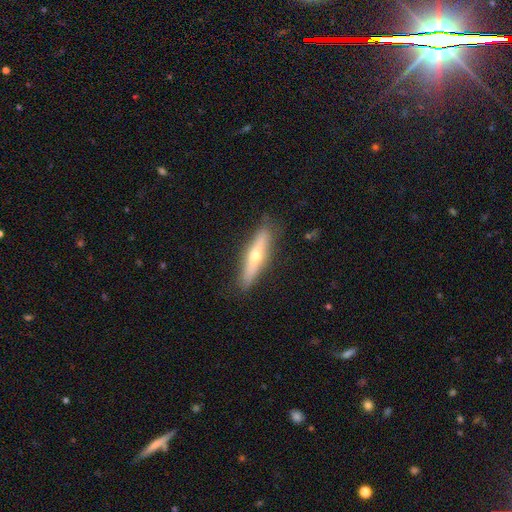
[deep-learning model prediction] Q: Smooth or featured?
A: featured or disk (52%); runner-up: smooth (42%)
Q: Edge-on disk?
A: yes (84%); runner-up: no (16%)
Q: Merging?
A: none (85%); runner-up: minor disturbance (11%)